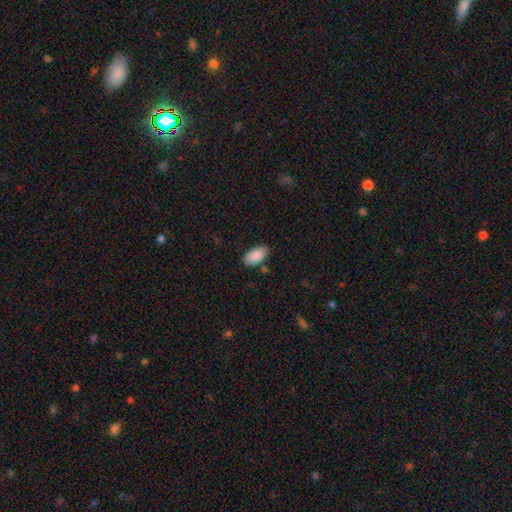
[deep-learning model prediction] smooth 89%, star or artifact 6%, featured or disk 5%. Down the decision tree: how rounded — in between (94%); merging — none (80%).